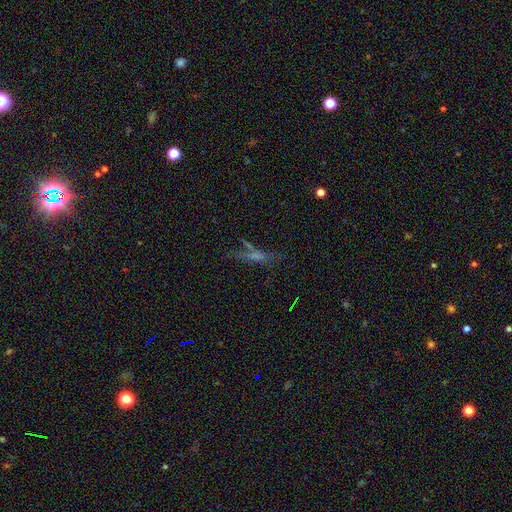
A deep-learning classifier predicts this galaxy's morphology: Overall: featured or disk (40%; star or artifact 30%). Merging: none (69%).